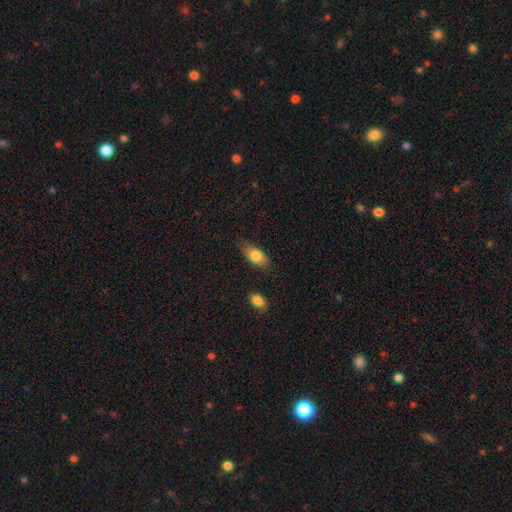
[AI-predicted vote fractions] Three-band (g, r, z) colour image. It shows a smooth galaxy with no disk features (80%) that is in between round and cigar-shaped (87%). Merging: none (75%).